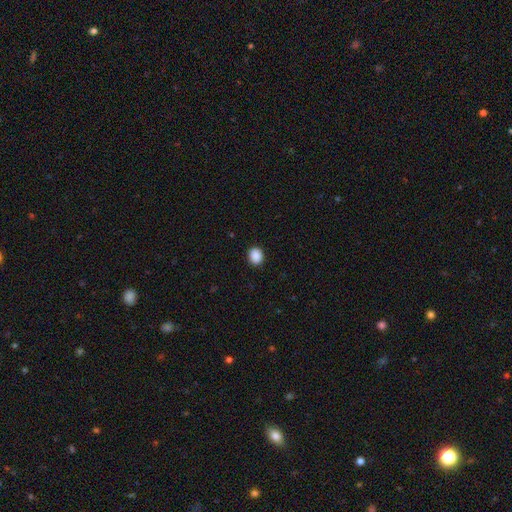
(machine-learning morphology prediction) smooth_or_featured: smooth (p=0.89) [alt: star or artifact p=0.08]
how_rounded: round (p=0.59) [alt: in between p=0.40]
merging: none (p=0.91) [alt: minor disturbance p=0.07]